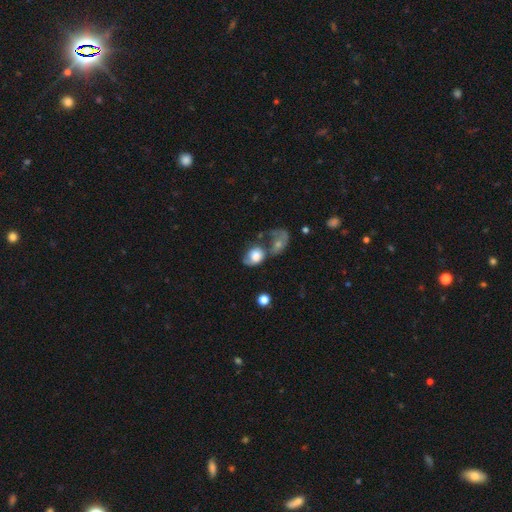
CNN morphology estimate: smooth-or-featured: smooth: 68% | featured or disk: 24% | star or artifact: 9%
  how-rounded: round: 51% | in between: 47% | cigar-shaped: 1%
  merging: merger: 43% | none: 22% | major disturbance: 21% | minor disturbance: 14%